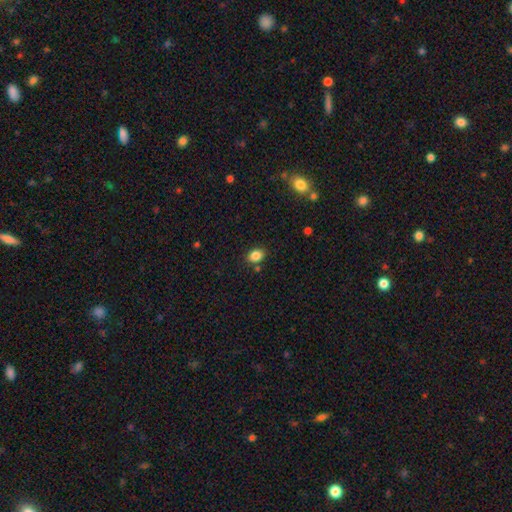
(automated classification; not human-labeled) smooth 85%, star or artifact 10%, featured or disk 5%. Down the decision tree: how rounded — in between (69%); merging — none (82%).